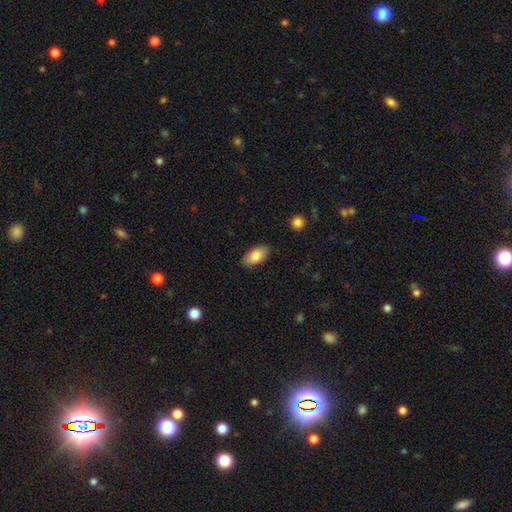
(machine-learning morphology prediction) Smooth or featured? Predicted: smooth (p=0.82). How rounded? Predicted: in between (p=0.93). Merging? Predicted: none (p=0.86).